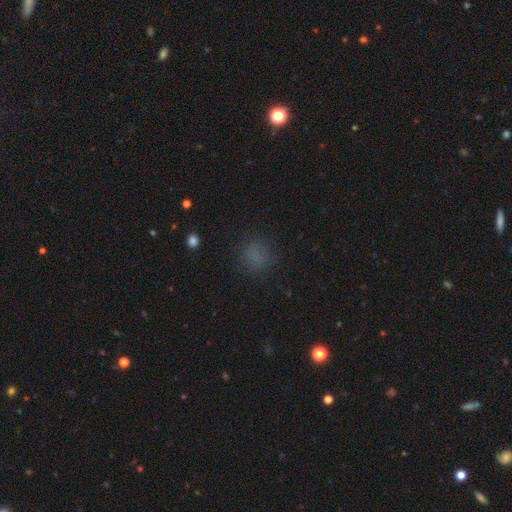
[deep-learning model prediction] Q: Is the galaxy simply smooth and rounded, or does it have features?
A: smooth — 74%.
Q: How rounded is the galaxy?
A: round — 84%.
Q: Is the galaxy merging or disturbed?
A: none — 84%.